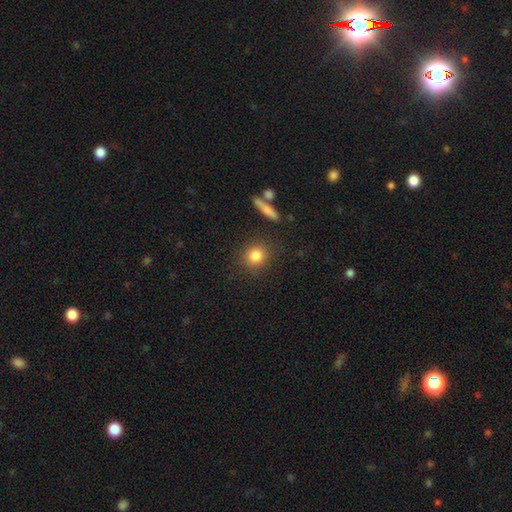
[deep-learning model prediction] A smooth galaxy with no disk features (84%) that is round (85%).

Vote fractions:
- Smooth or featured? smooth: 84% / star or artifact: 9% / featured or disk: 7%
- How rounded? round: 85% / in between: 13% / cigar-shaped: 2%
- Merging? none: 84% / minor disturbance: 9% / merger: 4% / major disturbance: 3%